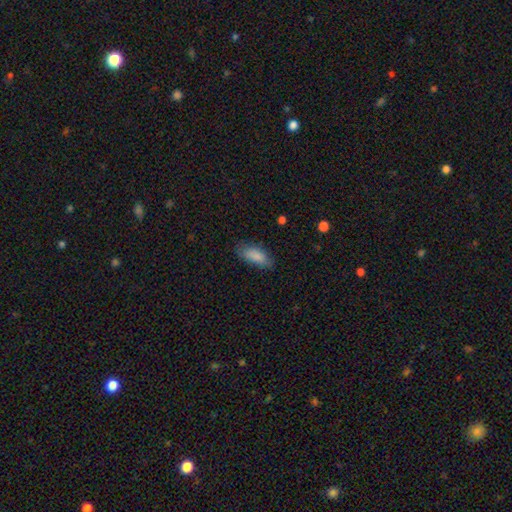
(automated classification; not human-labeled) A smooth galaxy with no disk features (87%) that is in between round and cigar-shaped (80%). Merging: none (78%).